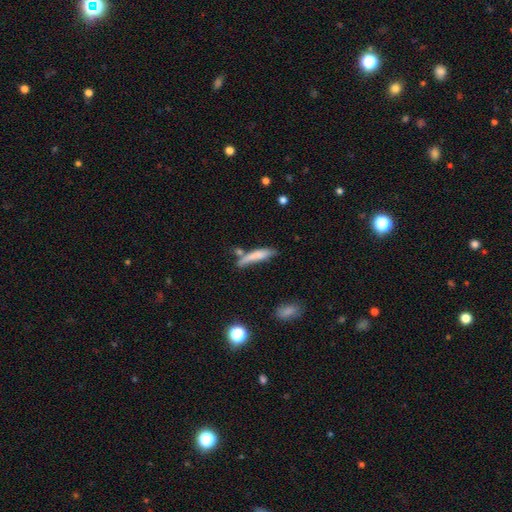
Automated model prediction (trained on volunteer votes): Overall: smooth (72%). How rounded: cigar-shaped (81%). Merging: none (46%; minor disturbance 25%).